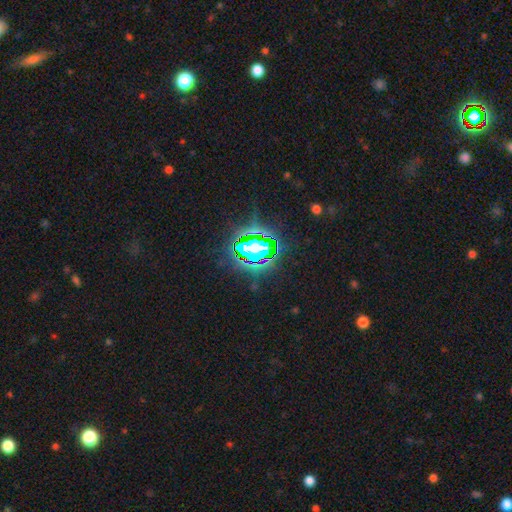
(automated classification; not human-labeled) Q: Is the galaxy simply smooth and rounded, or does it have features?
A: star or artifact — 81%.